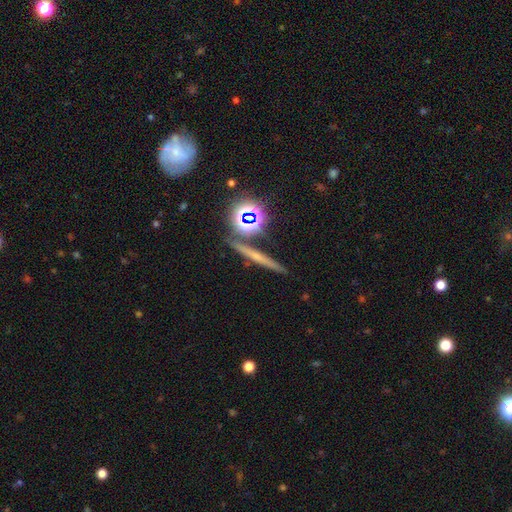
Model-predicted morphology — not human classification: This appears to be a featured or disk galaxy (40%). Merging: none (85%).